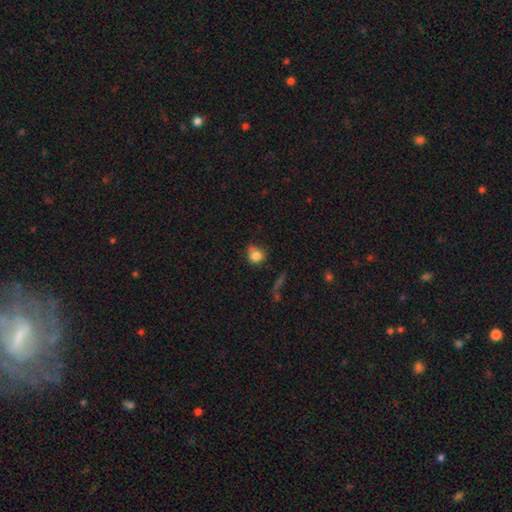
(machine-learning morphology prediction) This appears to be a smooth galaxy with no disk features (81%) that is round (75%). Merging: none (55%).